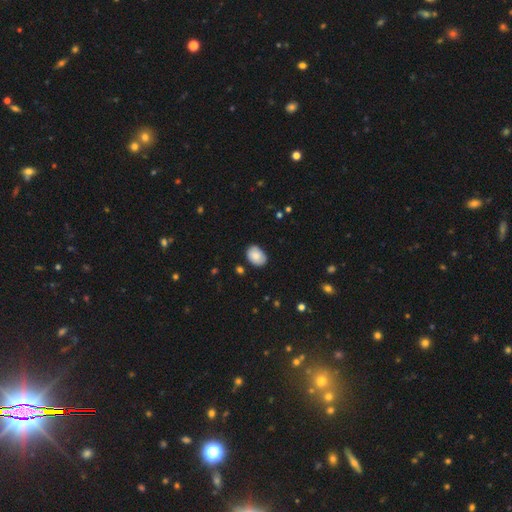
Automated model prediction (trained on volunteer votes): smooth 86%, featured or disk 7%, star or artifact 7%. Down the decision tree: how rounded — in between (81%); merging — none (84%).